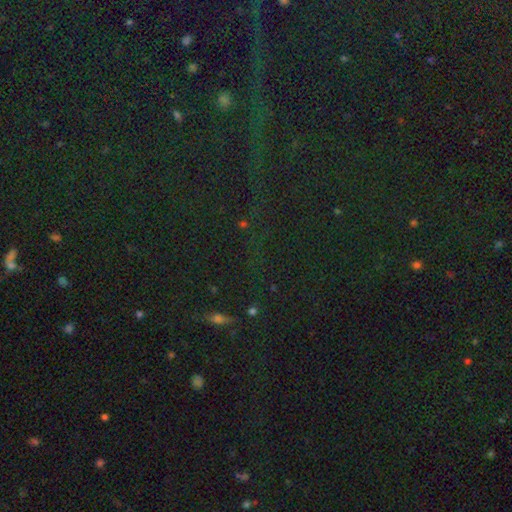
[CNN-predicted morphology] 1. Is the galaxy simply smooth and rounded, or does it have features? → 84% star or artifact, 9% smooth, 7% featured or disk.